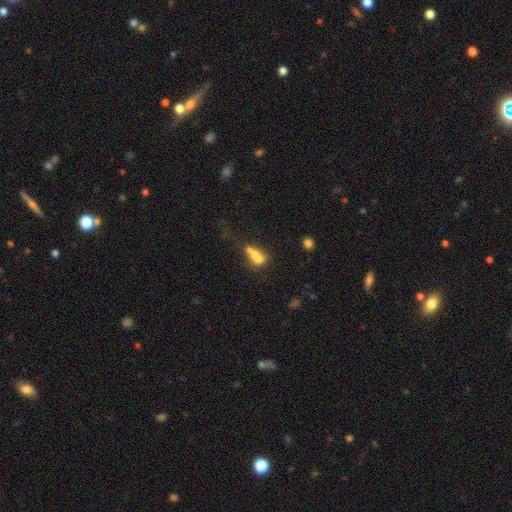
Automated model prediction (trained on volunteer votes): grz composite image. It shows a smooth galaxy with no disk features (57%) that is in between round and cigar-shaped (47%, tied with round). Merging: merger (62%).